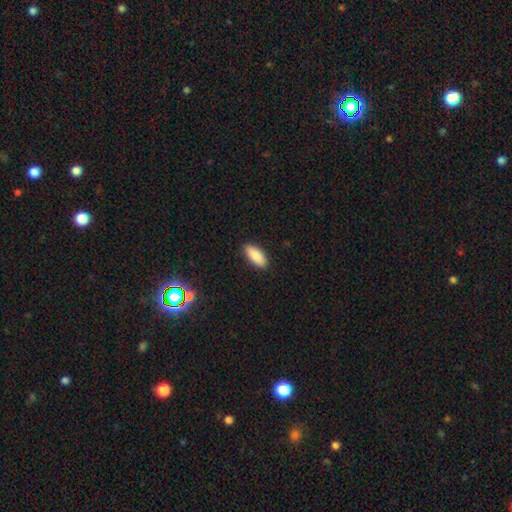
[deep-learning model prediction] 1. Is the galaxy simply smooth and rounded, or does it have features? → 87% smooth, 7% featured or disk, 6% star or artifact.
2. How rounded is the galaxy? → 80% in between, 18% cigar-shaped, 2% round.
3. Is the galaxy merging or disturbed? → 90% none, 8% minor disturbance, 2% major disturbance, 1% merger.